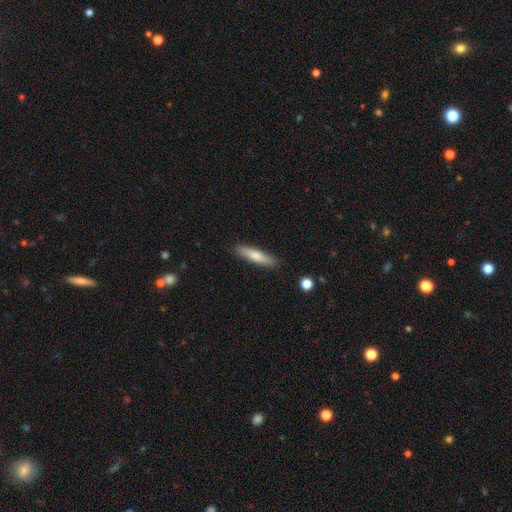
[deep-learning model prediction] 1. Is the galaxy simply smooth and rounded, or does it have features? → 73% smooth, 21% featured or disk, 6% star or artifact.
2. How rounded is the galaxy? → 83% cigar-shaped, 15% in between, 1% round.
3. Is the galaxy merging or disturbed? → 88% none, 8% minor disturbance, 2% major disturbance, 1% merger.